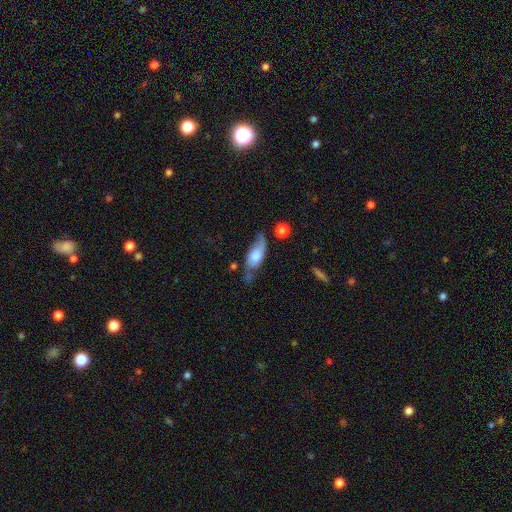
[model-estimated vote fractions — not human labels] Smooth or featured? smooth (53%)
How rounded? in between (76%)
Merging? none (42%)